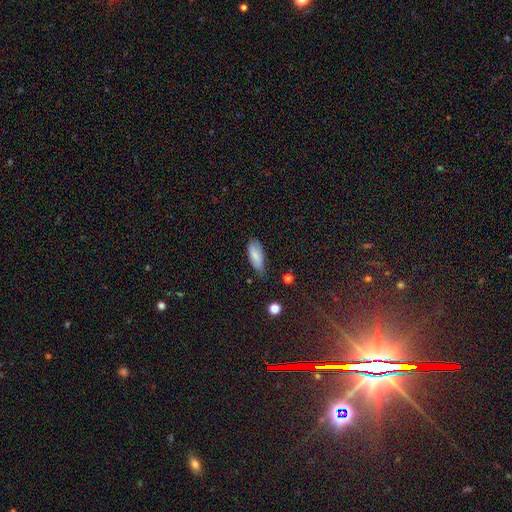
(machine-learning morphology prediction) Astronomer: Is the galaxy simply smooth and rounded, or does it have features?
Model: smooth — 82%.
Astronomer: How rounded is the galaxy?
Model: in between — 78%.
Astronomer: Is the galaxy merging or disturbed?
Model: none — 62%.